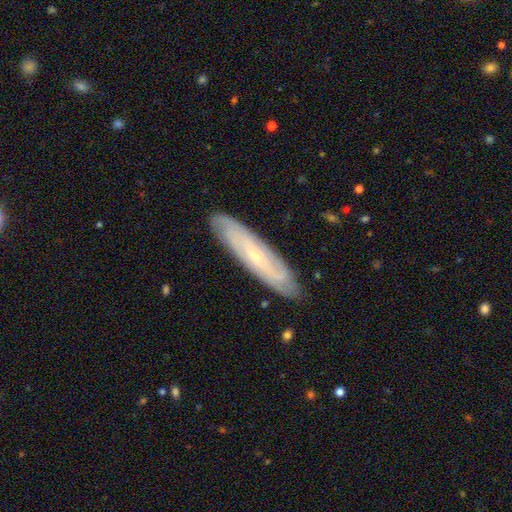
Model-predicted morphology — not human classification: This appears to be a featured or disk galaxy (66%). Merging: none (86%).